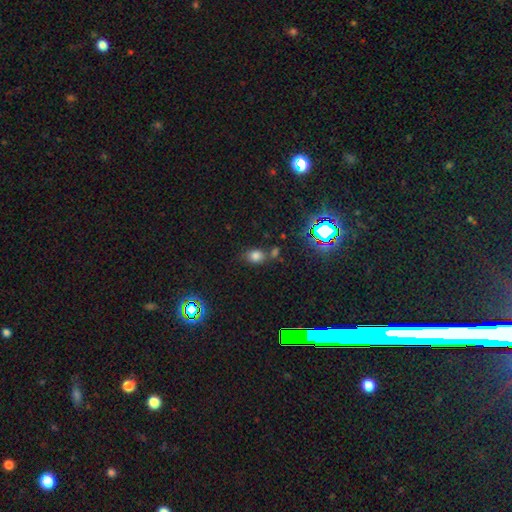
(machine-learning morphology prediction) smooth_or_featured: smooth (p=0.73) [alt: star or artifact p=0.20]
how_rounded: in between (p=0.56) [alt: round p=0.42]
merging: none (p=0.62) [alt: merger p=0.17]